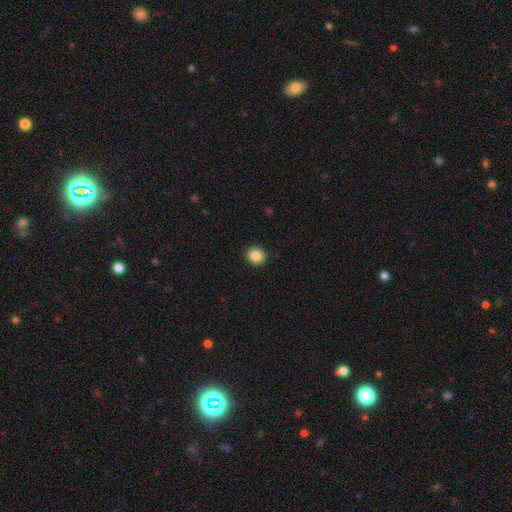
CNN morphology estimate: Q: Smooth or featured?
A: smooth (86%); runner-up: star or artifact (9%)
Q: How rounded?
A: round (82%); runner-up: in between (17%)
Q: Merging?
A: none (92%); runner-up: minor disturbance (5%)